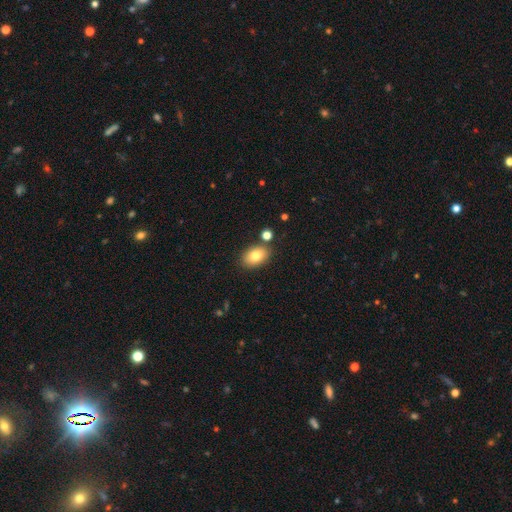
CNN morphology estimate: A smooth galaxy with no disk features (80%) that is in between round and cigar-shaped (87%).

Vote fractions:
- Smooth or featured? smooth: 80% / featured or disk: 11% / star or artifact: 8%
- How rounded? in between: 87% / round: 12% / cigar-shaped: 1%
- Merging? none: 81% / minor disturbance: 10% / merger: 6% / major disturbance: 3%